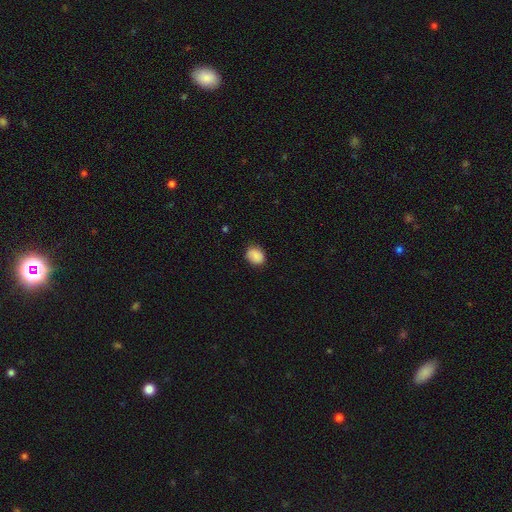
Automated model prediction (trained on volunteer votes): Q: Smooth or featured?
A: smooth (86%); runner-up: star or artifact (8%)
Q: How rounded?
A: round (50%); runner-up: in between (49%)
Q: Merging?
A: none (79%); runner-up: minor disturbance (16%)